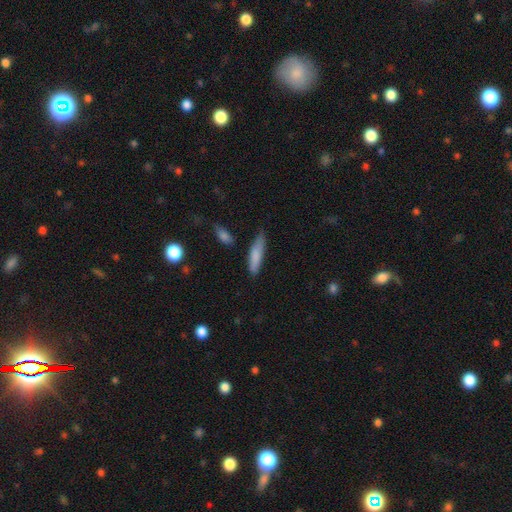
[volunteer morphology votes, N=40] This is clearly a smooth galaxy (82%). How rounded: likely cigar-shaped (73%). Merging: possibly none (56%).